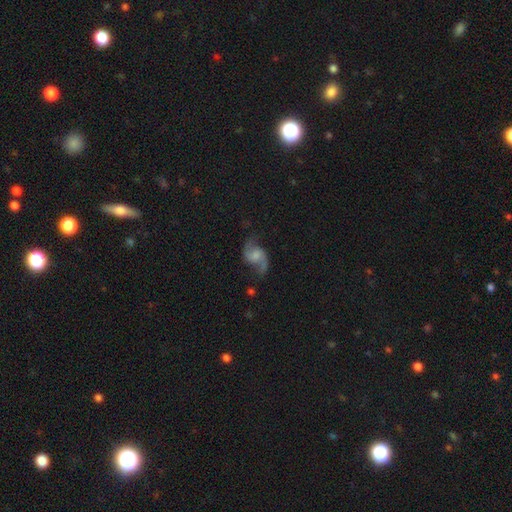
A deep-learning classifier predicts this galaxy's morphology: type=featured or disk (80%); edge-on=no (98%); bar=no (56%); spiral arms=yes (95%); winding=loose (71%); arm count=2 (92%); bulge=moderate (32%); merging=none (67%).